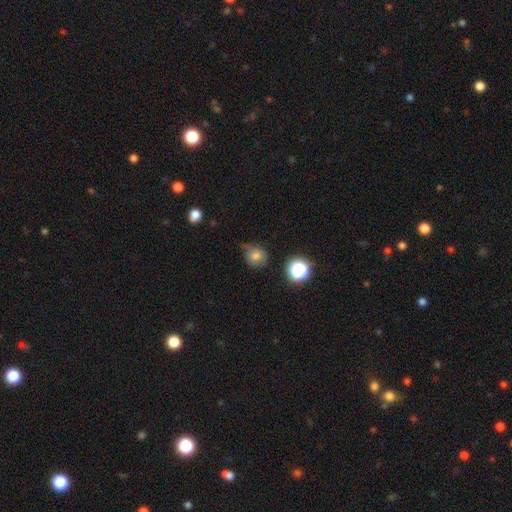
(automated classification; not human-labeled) A smooth galaxy with no disk features (72%) that is round (79%).

Vote fractions:
- Smooth or featured? smooth: 72% / star or artifact: 14% / featured or disk: 14%
- How rounded? round: 79% / in between: 20% / cigar-shaped: 1%
- Merging? none: 44% / minor disturbance: 37% / major disturbance: 15% / merger: 3%